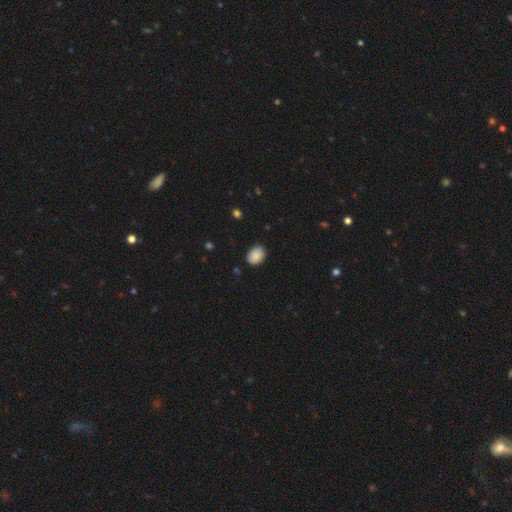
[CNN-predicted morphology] Smooth or featured? smooth (87%)
How rounded? in between (73%)
Merging? none (84%)